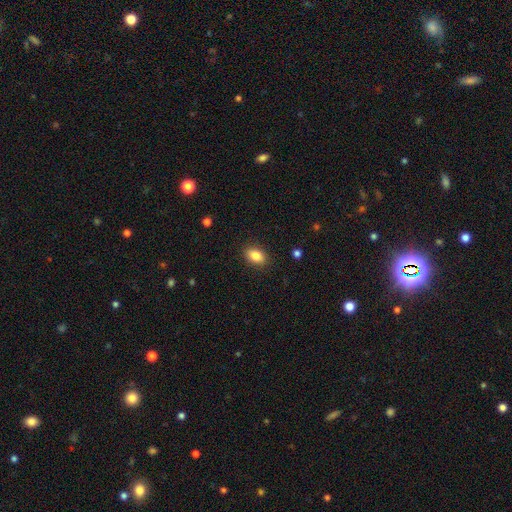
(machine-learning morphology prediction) This appears to be a smooth galaxy with no disk features (85%) that is in between round and cigar-shaped (87%). Merging: none (88%).